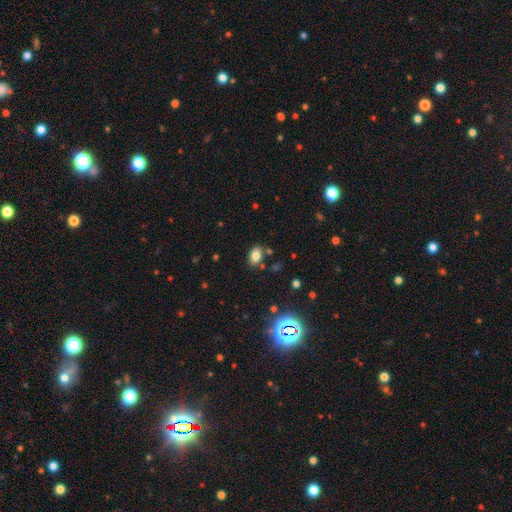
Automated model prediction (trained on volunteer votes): Smooth or featured? smooth (79%)
How rounded? in between (84%)
Merging? none (79%)